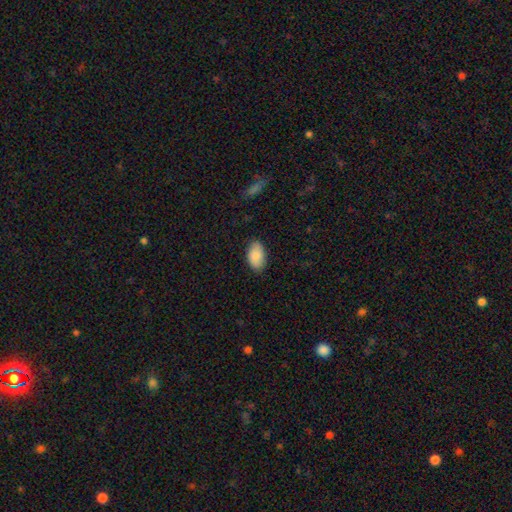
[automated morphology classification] smooth 88%, star or artifact 6%, featured or disk 6%. Down the decision tree: how rounded — in between (95%); merging — none (85%).